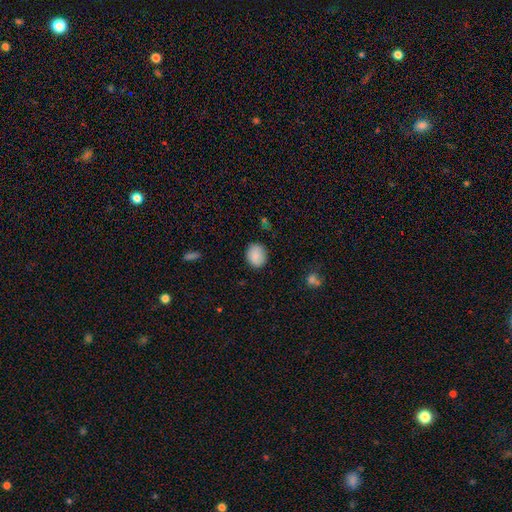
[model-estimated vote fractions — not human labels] A smooth galaxy with no disk features (87%) that is round (62%). Merging: none (84%).